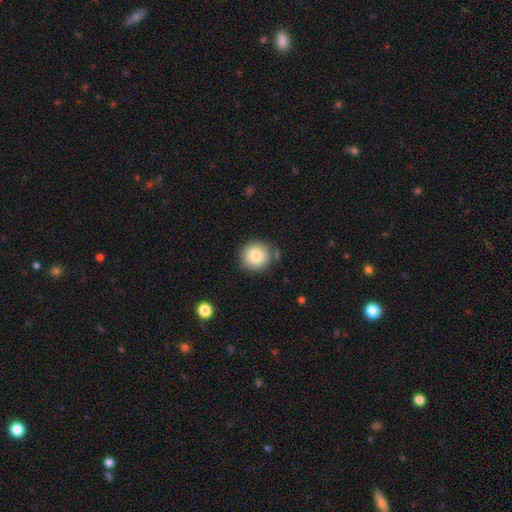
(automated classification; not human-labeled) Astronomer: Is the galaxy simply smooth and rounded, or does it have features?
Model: smooth — 81%.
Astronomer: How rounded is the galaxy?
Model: round — 93%.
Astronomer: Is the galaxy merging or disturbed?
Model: none — 82%.